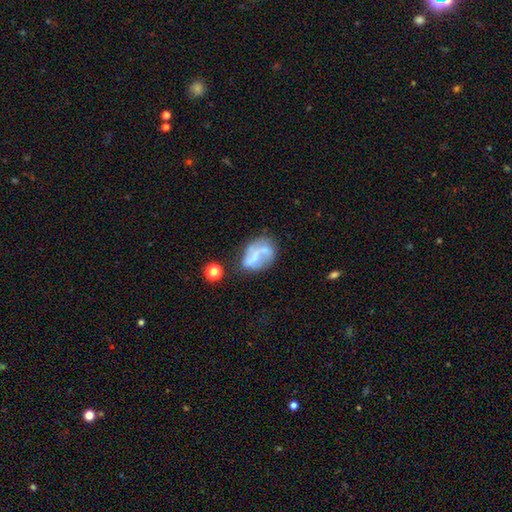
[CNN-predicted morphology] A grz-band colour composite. It shows a featured or disk galaxy (58%) with no bar (54%), spiral arms (56%) and a small central bulge (44%). Merging: none (42%).